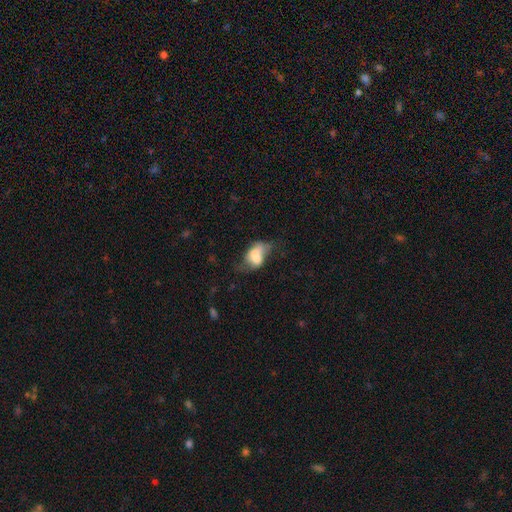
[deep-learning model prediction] This appears to be a smooth galaxy with no disk features (58%) that is in between round and cigar-shaped (83%). Merging: merger (36%).